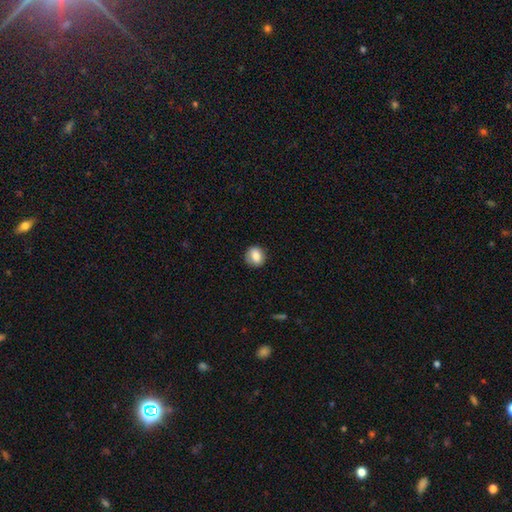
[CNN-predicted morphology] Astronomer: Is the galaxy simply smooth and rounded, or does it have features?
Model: smooth — 83%.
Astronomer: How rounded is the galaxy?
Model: round — 74%.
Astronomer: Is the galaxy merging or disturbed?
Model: none — 84%.